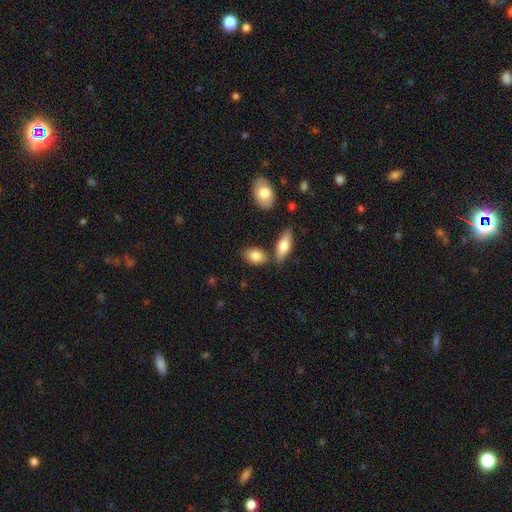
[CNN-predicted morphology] smooth 83%, featured or disk 11%, star or artifact 7%. Down the decision tree: how rounded — in between (85%); merging — none (72%).